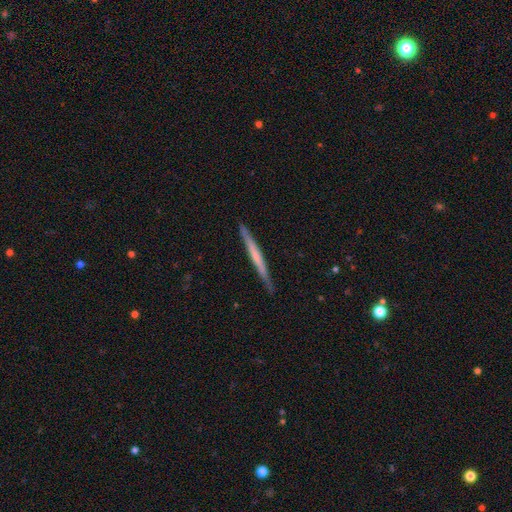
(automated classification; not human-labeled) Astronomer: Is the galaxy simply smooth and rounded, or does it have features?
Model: featured or disk — 55% (runner-up: smooth, 40%).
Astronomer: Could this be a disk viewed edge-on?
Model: yes — 97%.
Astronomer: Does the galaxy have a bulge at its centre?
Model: none — 74%.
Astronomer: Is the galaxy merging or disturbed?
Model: none — 88%.